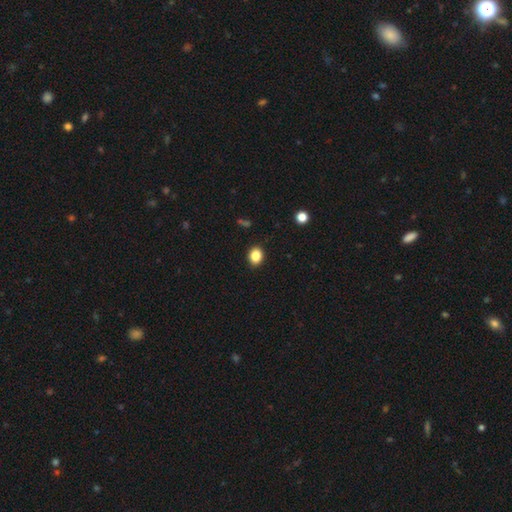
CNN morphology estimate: Smooth or featured? Predicted: smooth (p=0.86). How rounded? Predicted: round (p=0.51). Merging? Predicted: none (p=0.90).